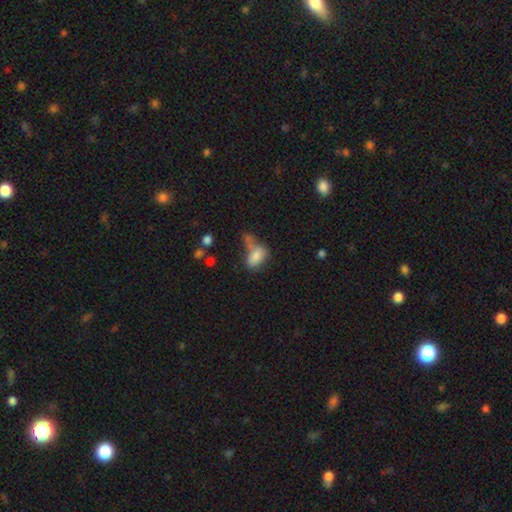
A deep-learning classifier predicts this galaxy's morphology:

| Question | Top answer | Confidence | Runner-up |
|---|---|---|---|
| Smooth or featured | smooth | 77% | featured or disk (13%) |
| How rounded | in between | 88% | round (8%) |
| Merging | merger | 36% | none (29%) |